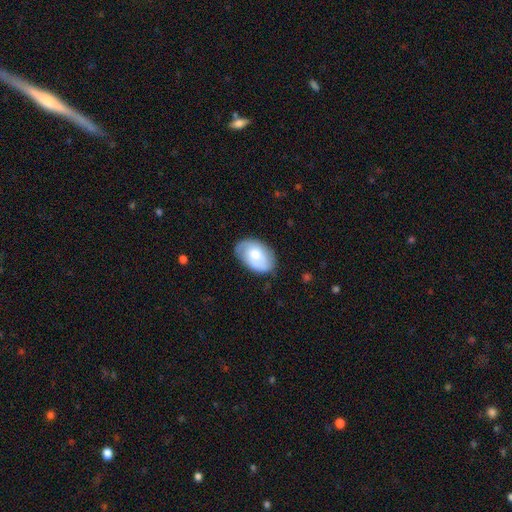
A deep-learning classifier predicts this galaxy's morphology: This appears to be a smooth galaxy with no disk features (55%) that is in between round and cigar-shaped (88%). Merging: none (74%).